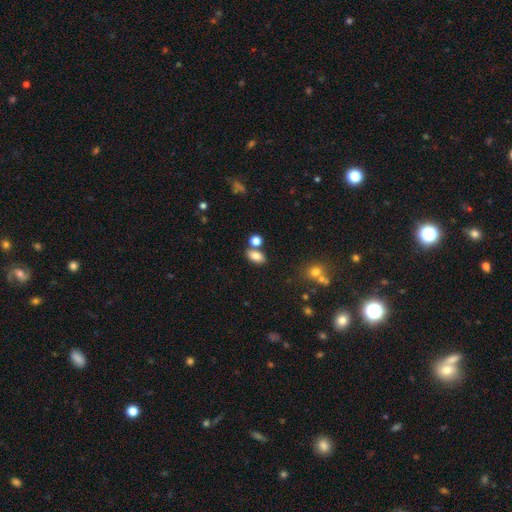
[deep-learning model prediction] Smooth or featured?
  - smooth: 82% *
  - star or artifact: 10%
  - featured or disk: 8%
How rounded?
  - in between: 88% *
  - round: 10%
  - cigar-shaped: 2%
Merging?
  - none: 66% *
  - merger: 19%
  - minor disturbance: 12%
  - major disturbance: 4%